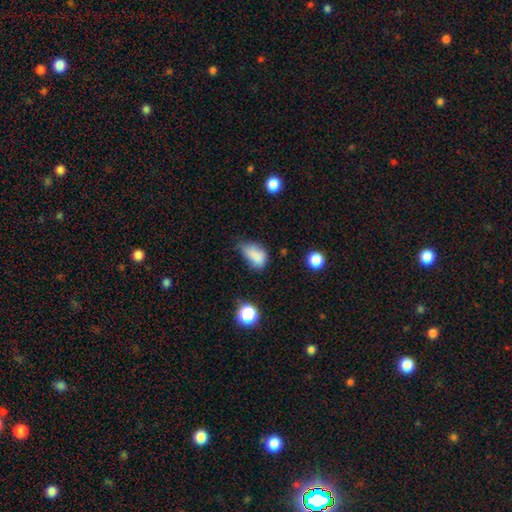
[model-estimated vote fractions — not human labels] A smooth galaxy with no disk features (80%) that is in between round and cigar-shaped (85%).

Vote fractions:
- Smooth or featured? smooth: 80% / star or artifact: 11% / featured or disk: 9%
- How rounded? in between: 85% / round: 12% / cigar-shaped: 3%
- Merging? minor disturbance: 46% / none: 30% / major disturbance: 20% / merger: 4%